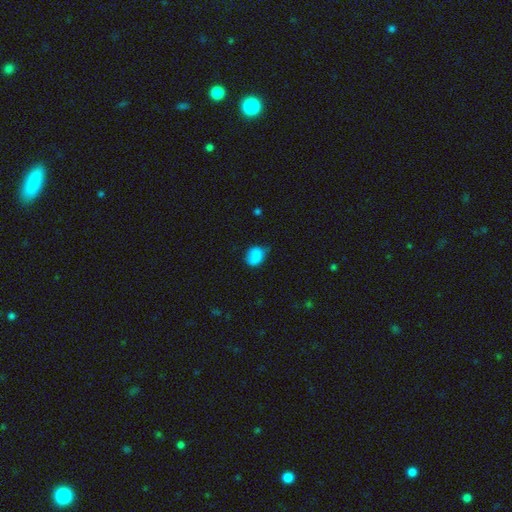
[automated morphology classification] smooth-or-featured: smooth: 83% | star or artifact: 9% | featured or disk: 8%
  how-rounded: round: 50% | in between: 49% | cigar-shaped: 1%
  merging: none: 48% | minor disturbance: 39% | major disturbance: 11% | merger: 2%